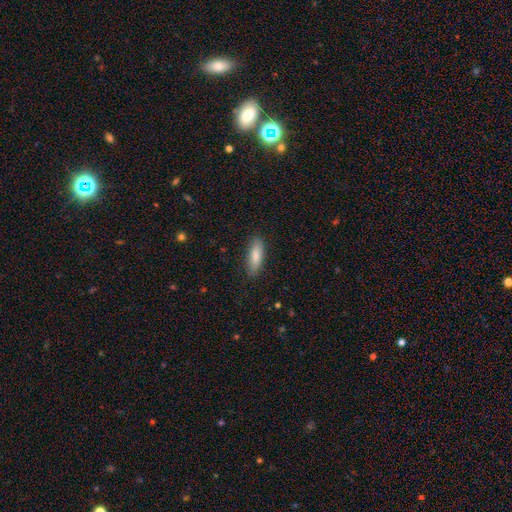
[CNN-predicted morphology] This is clearly a smooth galaxy (85%). How rounded: possibly in between (59%). Merging: clearly none (86%).